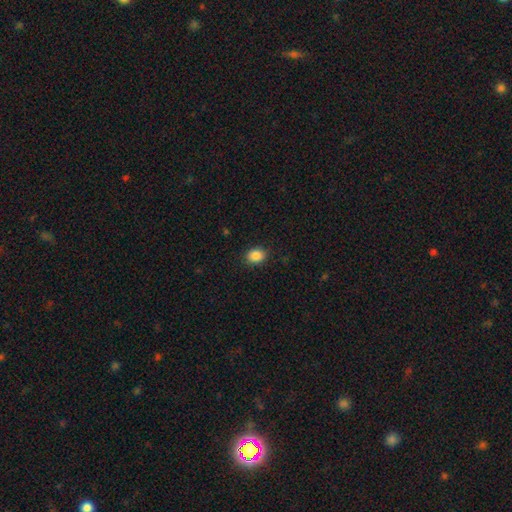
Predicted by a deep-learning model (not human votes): Overall: smooth (88%). How rounded: in between (57%; round 42%). Merging: none (87%).